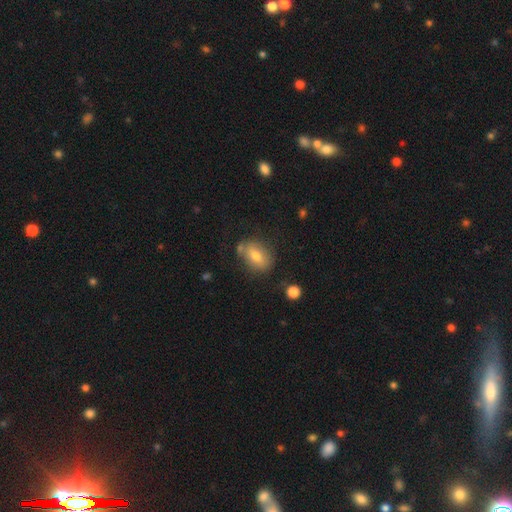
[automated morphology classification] Smooth or featured?
  - smooth: 68% *
  - featured or disk: 22%
  - star or artifact: 10%
How rounded?
  - in between: 76% *
  - round: 21%
  - cigar-shaped: 3%
Merging?
  - none: 69% *
  - minor disturbance: 18%
  - merger: 7%
  - major disturbance: 5%